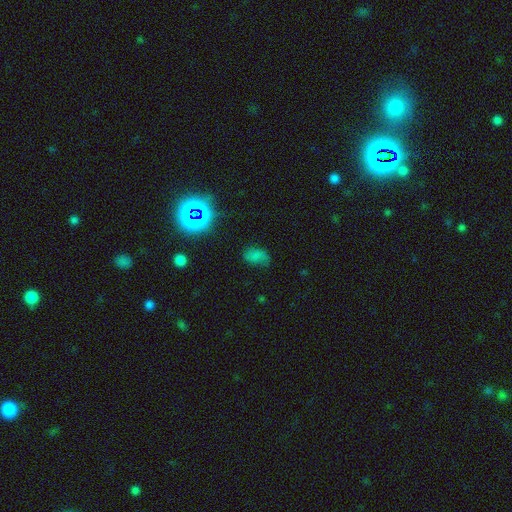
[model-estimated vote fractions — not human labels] smooth-or-featured: smooth: 56% | star or artifact: 26% | featured or disk: 18%
  how-rounded: in between: 86% | round: 12% | cigar-shaped: 2%
  merging: none: 62% | minor disturbance: 25% | major disturbance: 11% | merger: 3%